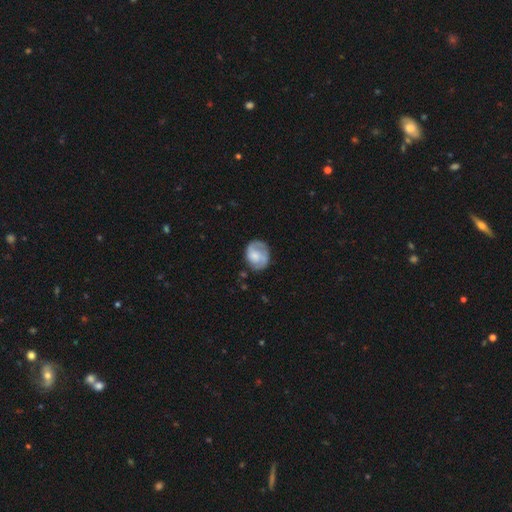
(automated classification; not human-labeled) Smooth or featured: featured or disk — 62% (smooth — 32%)
Edge-on disk: no — 98% (yes — 2%)
Bar: no — 66% (weak — 29%)
Spiral arms: yes — 87% (no — 13%)
Spiral winding: medium — 42% (tight — 41%)
Spiral arm count: 2 — 63% (can't tell — 16%)
Bulge size: moderate — 35% (small — 32%)
Merging: none — 67% (minor disturbance — 22%)